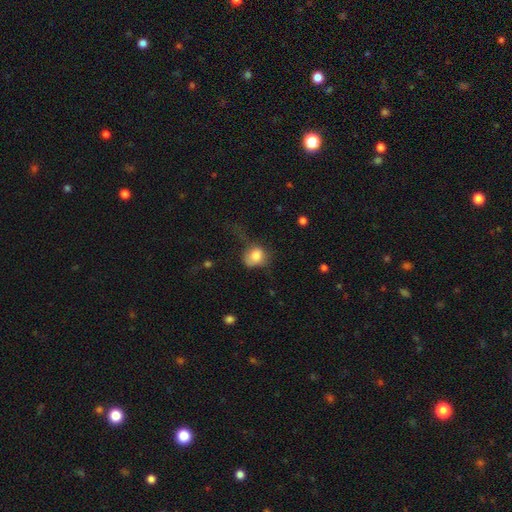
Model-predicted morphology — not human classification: This is likely a smooth galaxy (80%). How rounded: likely round (62%). Merging: marginally major disturbance (34%).